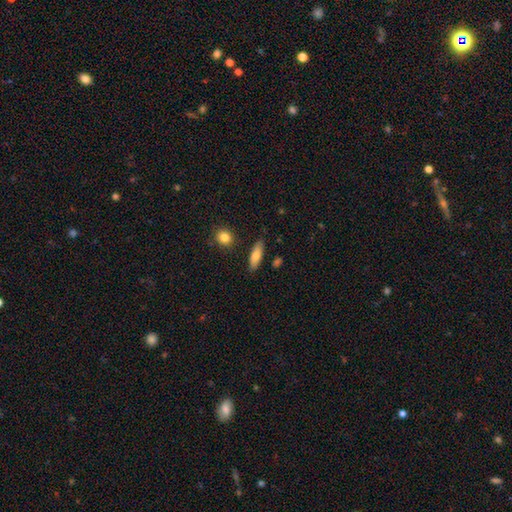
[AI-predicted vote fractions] smooth 74%, featured or disk 19%, star or artifact 7%. Down the decision tree: how rounded — in between (54%); merging — none (84%).